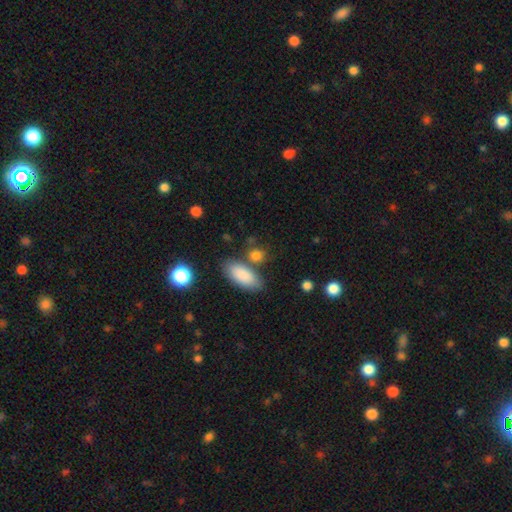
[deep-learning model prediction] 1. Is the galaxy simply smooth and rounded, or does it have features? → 84% smooth, 9% star or artifact, 7% featured or disk.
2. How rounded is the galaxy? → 59% in between, 34% round, 8% cigar-shaped.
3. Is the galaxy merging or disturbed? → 69% none, 15% merger, 12% minor disturbance, 5% major disturbance.